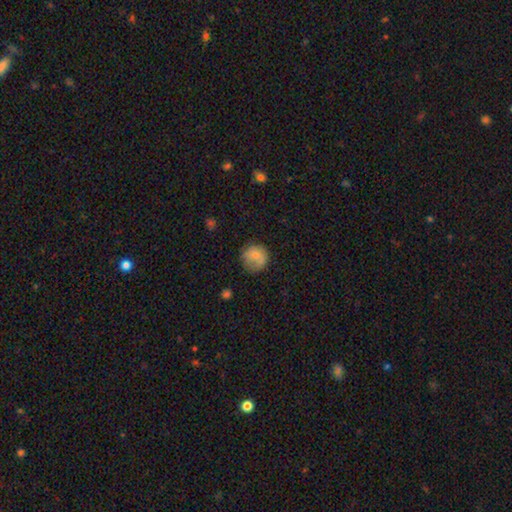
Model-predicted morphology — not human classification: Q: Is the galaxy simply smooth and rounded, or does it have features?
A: smooth — 77%.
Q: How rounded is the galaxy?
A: round — 88%.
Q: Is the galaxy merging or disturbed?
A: none — 66%.